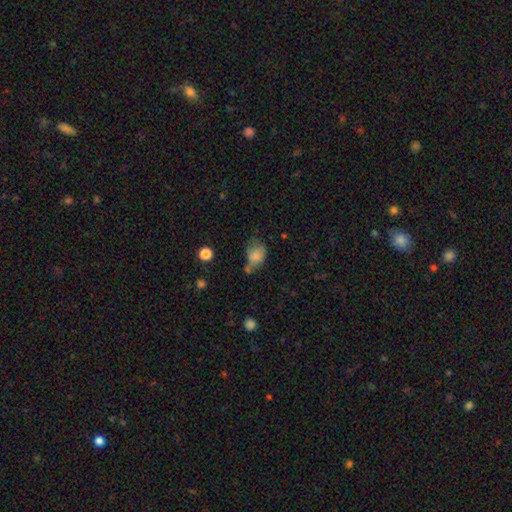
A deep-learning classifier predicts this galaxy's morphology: smooth 77%, featured or disk 12%, star or artifact 11%. Down the decision tree: how rounded — in between (69%); merging — none (34%).